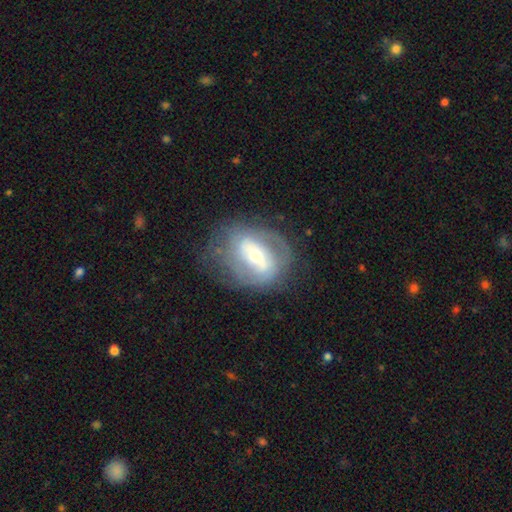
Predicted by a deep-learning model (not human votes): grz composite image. It shows a featured or disk galaxy (71%) with a strong bar (42%), spiral arms (66%) and a moderate central bulge (49%). Merging: none (62%).